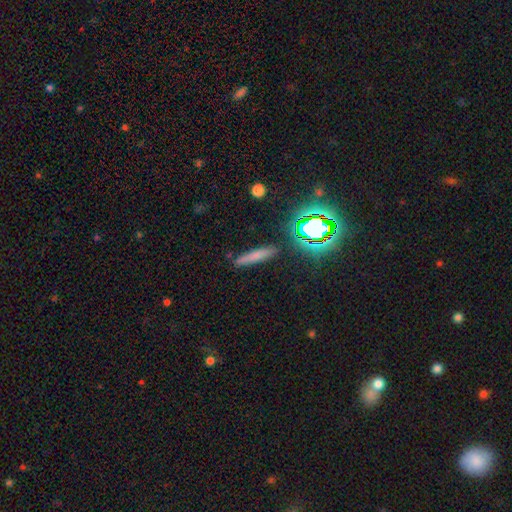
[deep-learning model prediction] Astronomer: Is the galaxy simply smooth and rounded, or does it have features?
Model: smooth — 66%.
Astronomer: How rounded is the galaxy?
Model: cigar-shaped — 87%.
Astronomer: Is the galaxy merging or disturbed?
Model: none — 86%.